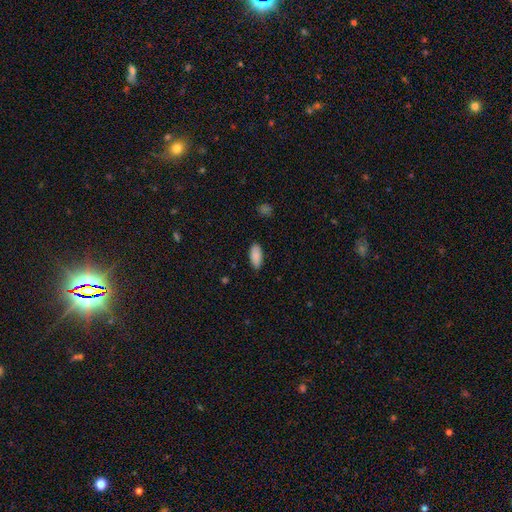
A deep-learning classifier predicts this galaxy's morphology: Smooth or featured: smooth — 89% (star or artifact — 7%)
How rounded: in between — 89% (cigar-shaped — 9%)
Merging: none — 84% (minor disturbance — 13%)